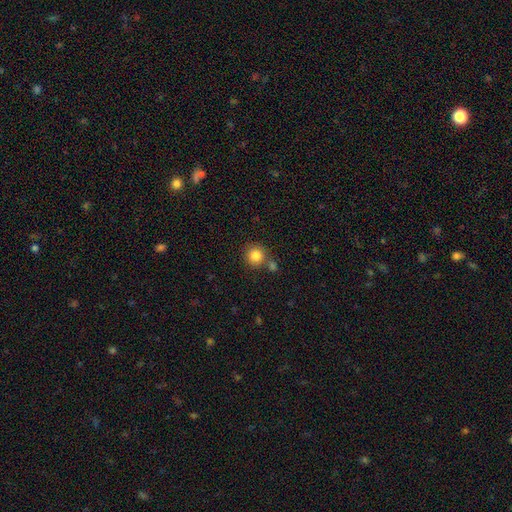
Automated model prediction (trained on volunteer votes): A smooth galaxy with no disk features (84%) that is round (93%).

Vote fractions:
- Smooth or featured? smooth: 84% / star or artifact: 10% / featured or disk: 6%
- How rounded? round: 93% / in between: 6% / cigar-shaped: 1%
- Merging? none: 74% / merger: 15% / minor disturbance: 8% / major disturbance: 3%